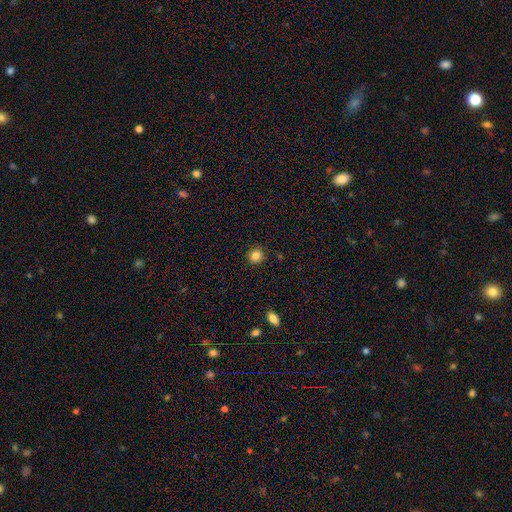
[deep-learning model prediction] Smooth or featured: smooth — 84% (star or artifact — 11%)
How rounded: round — 86% (in between — 13%)
Merging: none — 91% (minor disturbance — 6%)